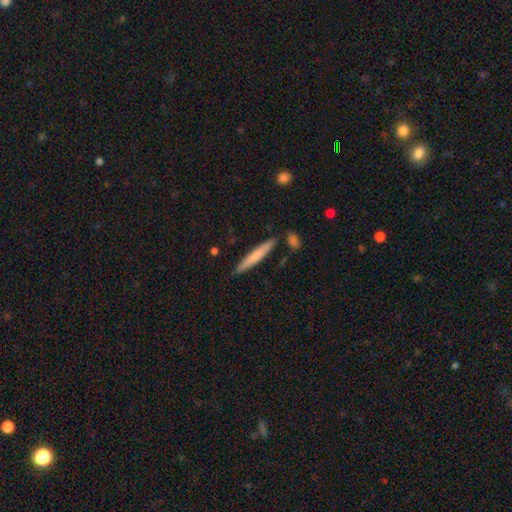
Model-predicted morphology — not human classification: Smooth or featured? Predicted: smooth (p=0.68). How rounded? Predicted: cigar-shaped (p=0.95). Merging? Predicted: none (p=0.86).